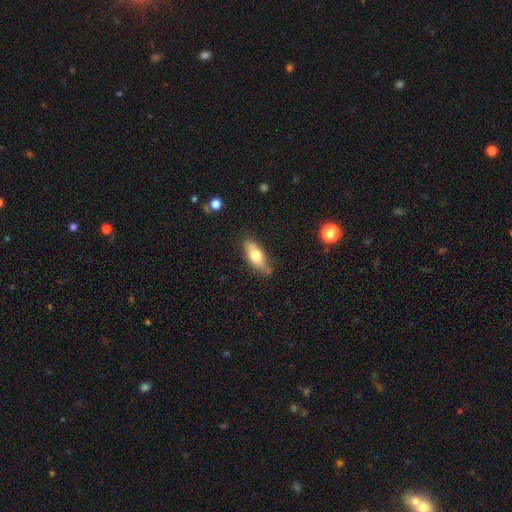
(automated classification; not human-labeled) smooth-or-featured: smooth: 69% | featured or disk: 25% | star or artifact: 7%
  how-rounded: in between: 75% | cigar-shaped: 22% | round: 3%
  merging: none: 77% | minor disturbance: 17% | major disturbance: 3% | merger: 3%